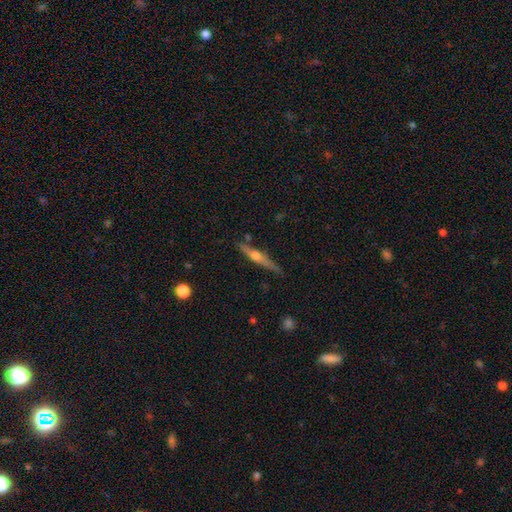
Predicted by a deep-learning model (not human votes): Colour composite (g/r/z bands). It shows a featured or disk galaxy (72%) viewed edge-on (97%) with a rounded central bulge (91%). Merging: none (82%).